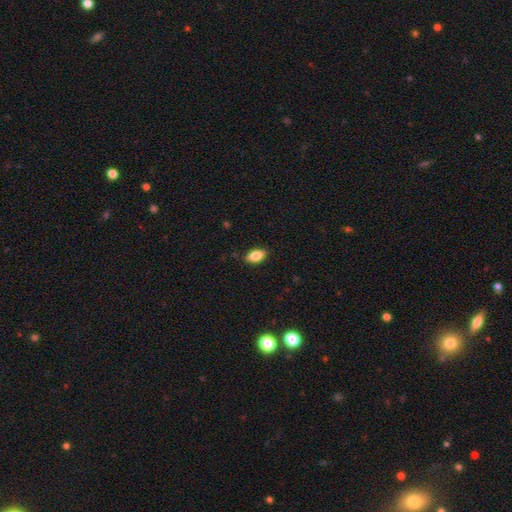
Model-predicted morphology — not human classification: A smooth galaxy with no disk features (85%) that is in between round and cigar-shaped (90%).

Vote fractions:
- Smooth or featured? smooth: 85% / star or artifact: 8% / featured or disk: 8%
- How rounded? in between: 90% / round: 6% / cigar-shaped: 4%
- Merging? none: 86% / minor disturbance: 11% / major disturbance: 2% / merger: 1%